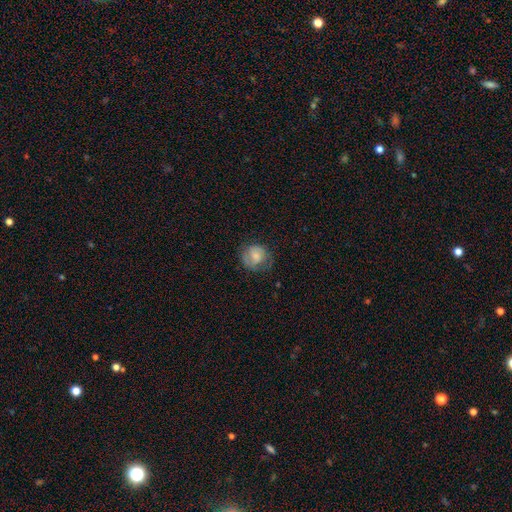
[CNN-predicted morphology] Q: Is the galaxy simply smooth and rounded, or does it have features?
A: smooth — 61%.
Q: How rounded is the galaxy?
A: round — 79%.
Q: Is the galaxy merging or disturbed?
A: none — 63%.